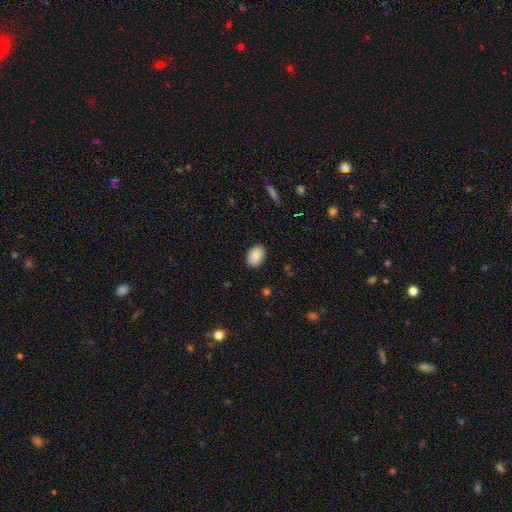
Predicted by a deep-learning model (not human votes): Smooth or featured? Predicted: smooth (p=0.87). How rounded? Predicted: in between (p=0.80). Merging? Predicted: none (p=0.89).